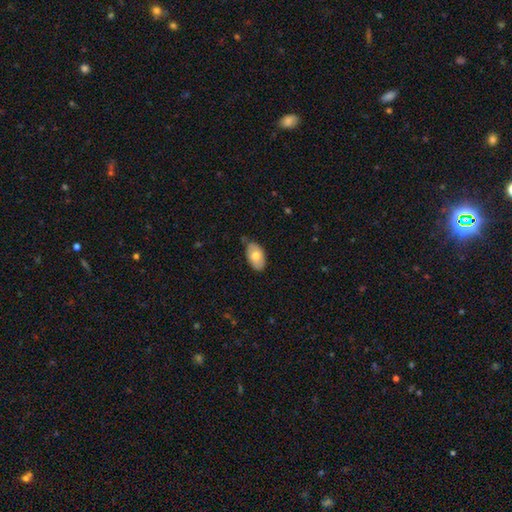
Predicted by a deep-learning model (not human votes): A smooth galaxy with no disk features (72%) that is in between round and cigar-shaped (94%). Merging: none (73%).